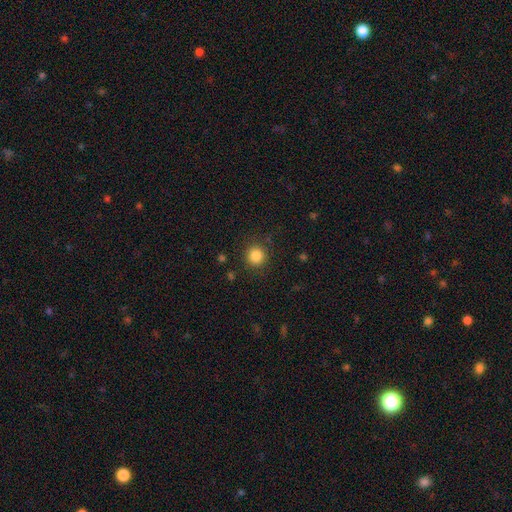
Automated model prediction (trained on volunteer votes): smooth 85%, star or artifact 11%, featured or disk 4%. Down the decision tree: how rounded — round (93%); merging — none (89%).